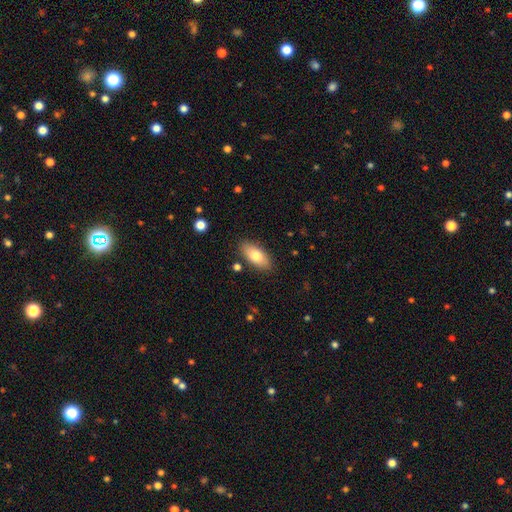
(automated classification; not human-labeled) The model was most divided on "smooth or featured": smooth: 78%, featured or disk: 15%, star or artifact: 7%. More confident: how rounded — in between (88%); merging — none (85%).